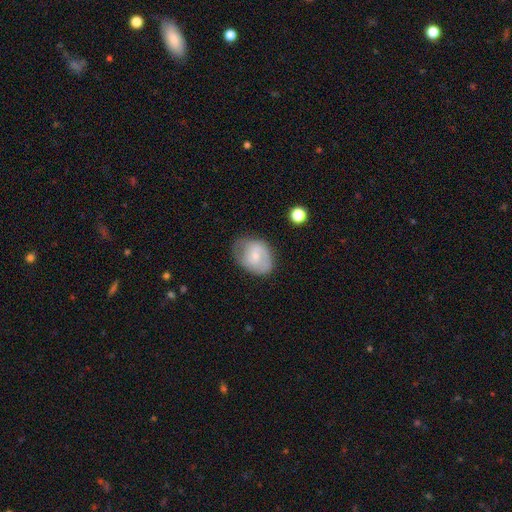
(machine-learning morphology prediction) smooth-or-featured: smooth: 49% | featured or disk: 44% | star or artifact: 7%
  merging: none: 57% | minor disturbance: 29% | major disturbance: 12% | merger: 2%